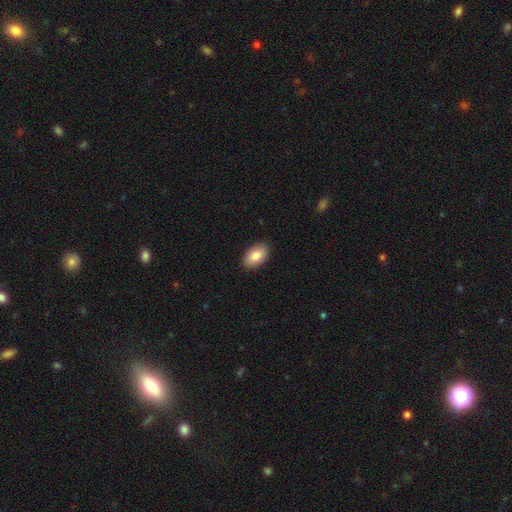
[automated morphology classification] Overall: smooth (84%). How rounded: in between (94%). Merging: none (90%).